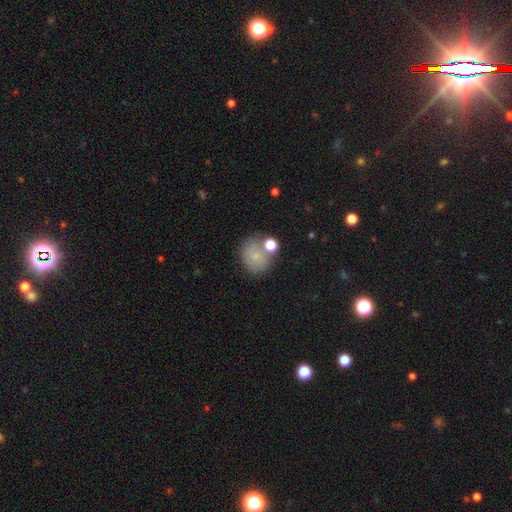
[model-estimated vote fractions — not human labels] The model was most divided on "merging": none: 55%, merger: 19%, minor disturbance: 17%, major disturbance: 8%. More confident: how rounded — round (76%); smooth or featured — smooth (73%).